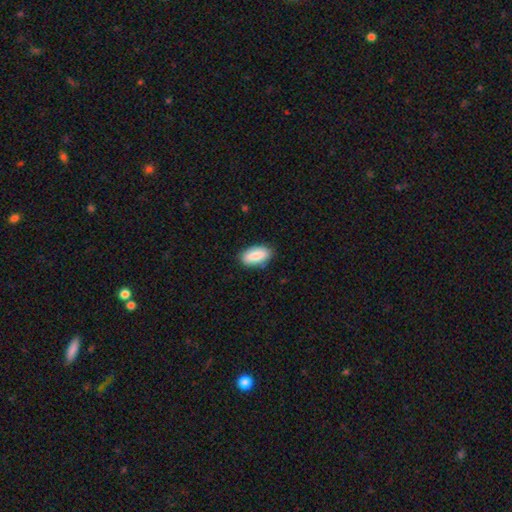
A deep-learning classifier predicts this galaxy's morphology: A smooth galaxy with no disk features (84%) that is in between round and cigar-shaped (92%). Merging: none (85%).